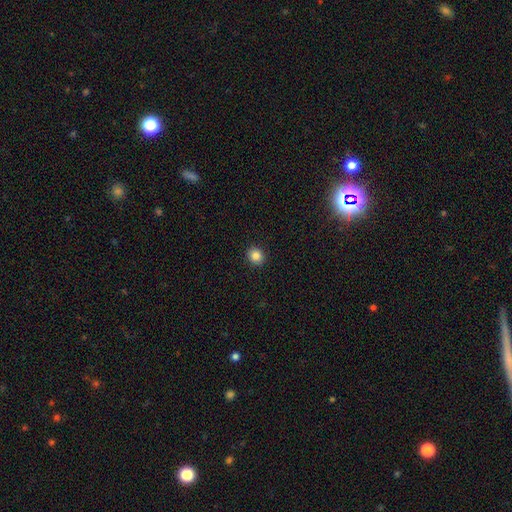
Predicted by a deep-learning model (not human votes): This is clearly a smooth galaxy (84%). How rounded: clearly round (81%). Merging: clearly none (92%).